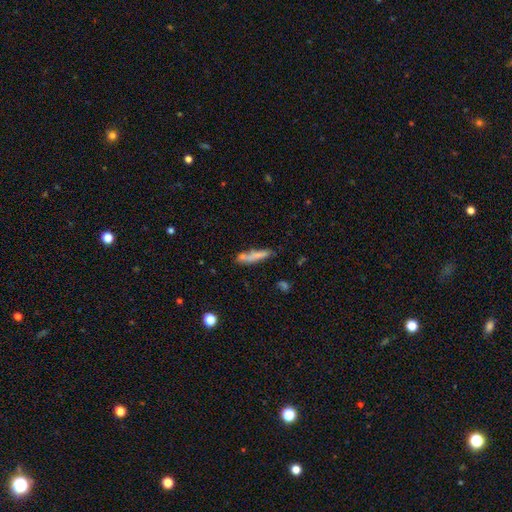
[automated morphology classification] smooth_or_featured: smooth (p=0.70) [alt: featured or disk p=0.22]
how_rounded: cigar-shaped (p=0.86) [alt: in between p=0.13]
merging: none (p=0.57) [alt: minor disturbance p=0.20]